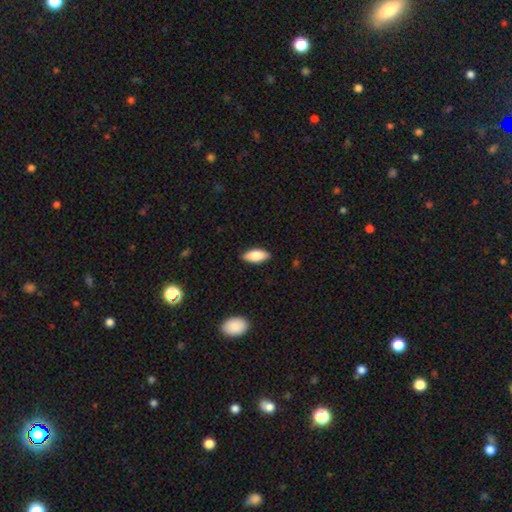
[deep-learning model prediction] Smooth or featured? smooth (83%)
How rounded? in between (84%)
Merging? none (88%)